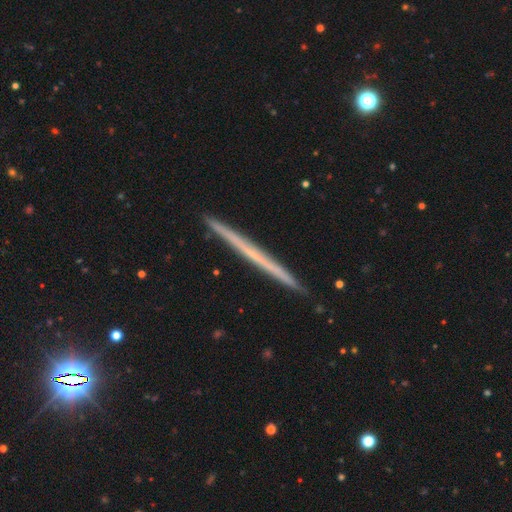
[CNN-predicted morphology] type=featured or disk (64%); edge-on=yes (97%); edge-on bulge=none (86%); merging=none (90%).